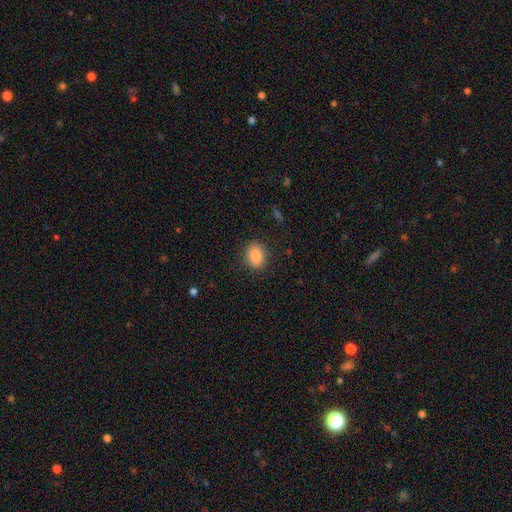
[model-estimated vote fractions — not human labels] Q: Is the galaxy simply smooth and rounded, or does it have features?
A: smooth — 86%.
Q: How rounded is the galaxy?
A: in between — 50%.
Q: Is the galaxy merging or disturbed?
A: none — 88%.